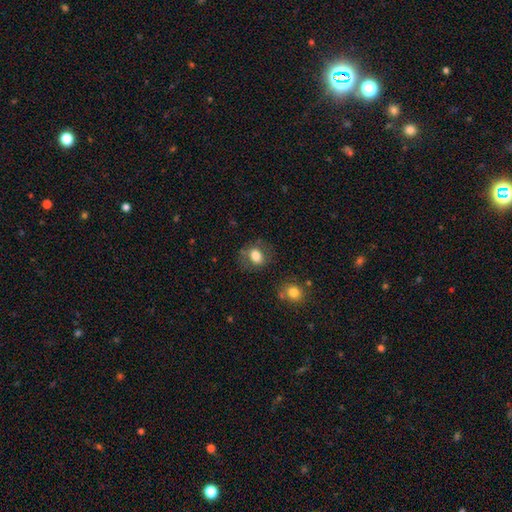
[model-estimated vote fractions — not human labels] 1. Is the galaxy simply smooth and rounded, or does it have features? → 76% smooth, 15% featured or disk, 9% star or artifact.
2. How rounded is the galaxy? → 64% in between, 35% round, 1% cigar-shaped.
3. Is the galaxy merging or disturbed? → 71% none, 18% minor disturbance, 8% major disturbance, 3% merger.